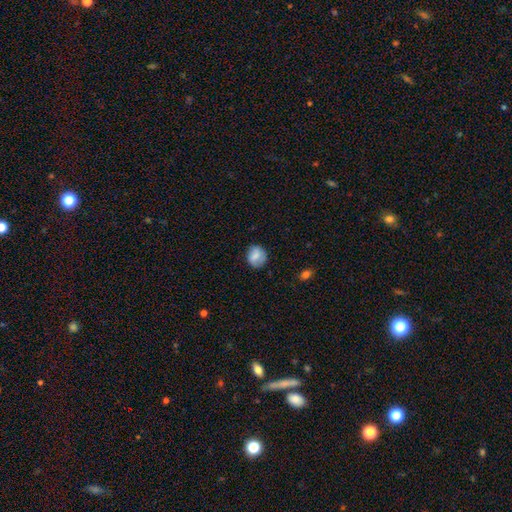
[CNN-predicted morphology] A smooth galaxy with no disk features (76%) that is round (73%).

Vote fractions:
- Smooth or featured? smooth: 76% / featured or disk: 16% / star or artifact: 8%
- How rounded? round: 73% / in between: 26% / cigar-shaped: 1%
- Merging? none: 74% / minor disturbance: 20% / major disturbance: 5% / merger: 1%